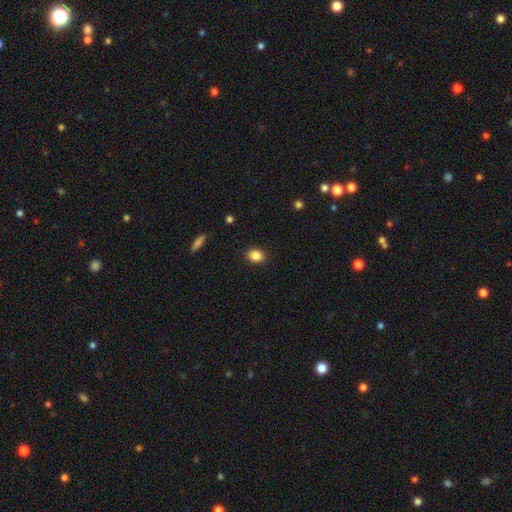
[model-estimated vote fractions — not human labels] Smooth or featured: smooth — 86% (star or artifact — 10%)
How rounded: round — 49% (tied with in between — 49%)
Merging: none — 89% (minor disturbance — 7%)